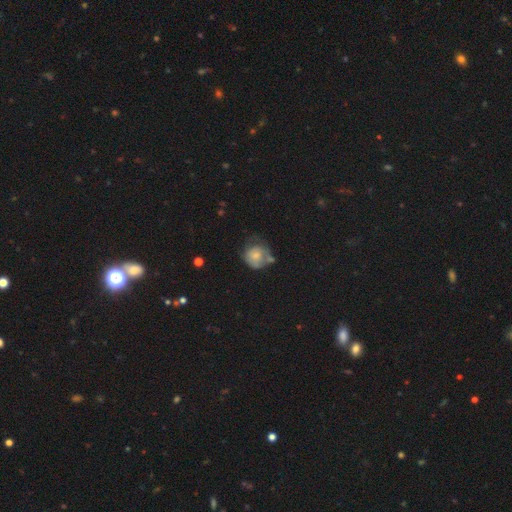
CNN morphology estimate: Smooth or featured: smooth — 63% (featured or disk — 29%)
How rounded: round — 80% (in between — 19%)
Merging: none — 39% (minor disturbance — 31%)